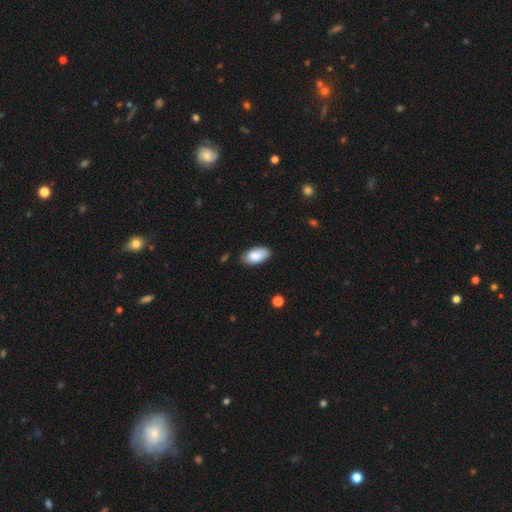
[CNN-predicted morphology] Smooth or featured: smooth — 85% (featured or disk — 8%)
How rounded: in between — 94% (cigar-shaped — 4%)
Merging: none — 78% (minor disturbance — 18%)